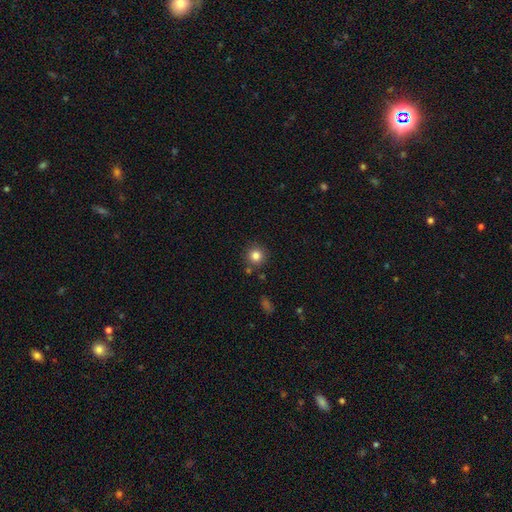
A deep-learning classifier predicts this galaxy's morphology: type=smooth (83%); roundness=round (93%); merging=none (84%).